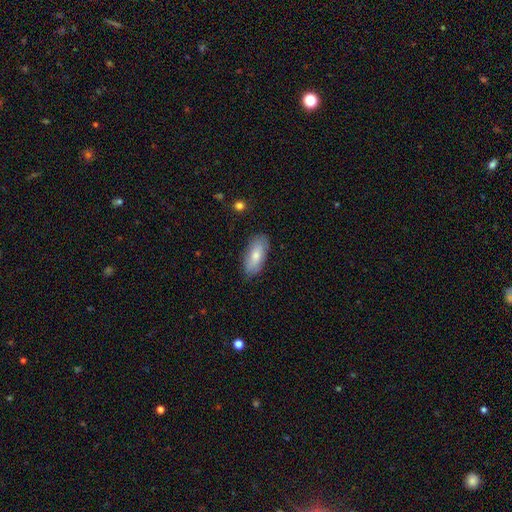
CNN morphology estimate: smooth-or-featured: smooth: 74% | featured or disk: 20% | star or artifact: 6%
  how-rounded: in between: 85% | cigar-shaped: 13% | round: 2%
  merging: none: 82% | minor disturbance: 14% | major disturbance: 3% | merger: 1%